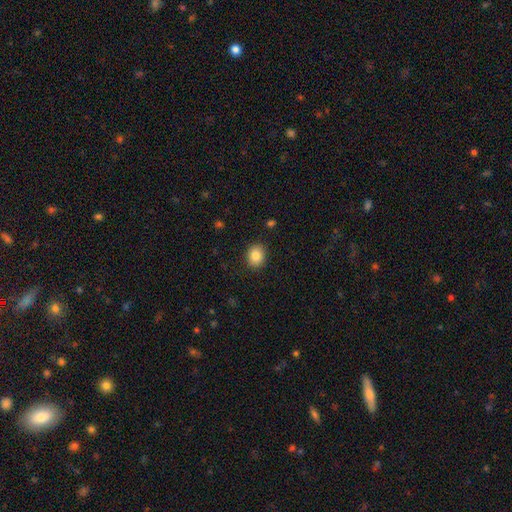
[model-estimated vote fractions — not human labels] This is clearly a smooth galaxy (84%). How rounded: possibly round (59%). Merging: clearly none (89%).